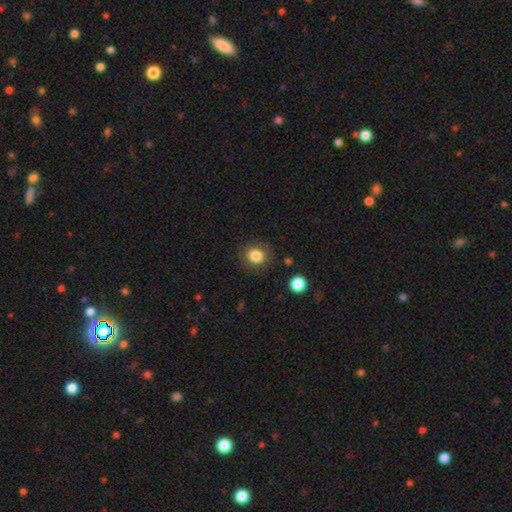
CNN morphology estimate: This appears to be a smooth galaxy with no disk features (83%) that is round (68%). Merging: none (84%).